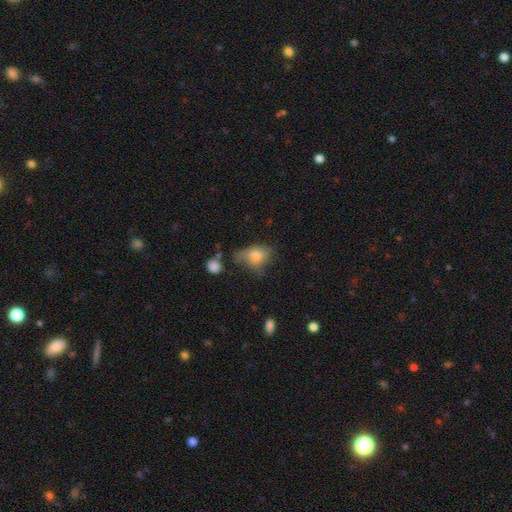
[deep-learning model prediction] This appears to be a smooth galaxy with no disk features (74%) that is in between round and cigar-shaped (76%). Merging: none (38%).